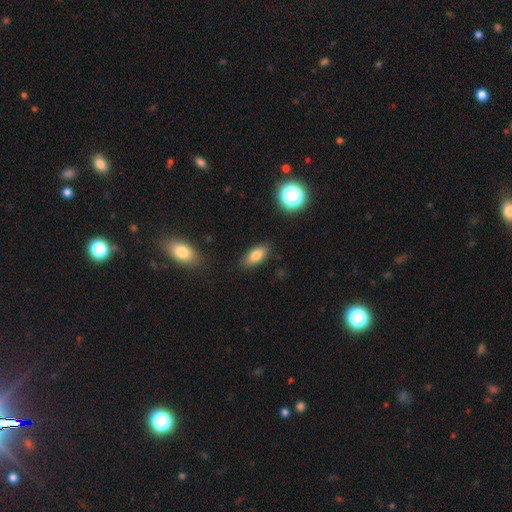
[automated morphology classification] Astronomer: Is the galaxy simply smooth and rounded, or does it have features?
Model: smooth — 81%.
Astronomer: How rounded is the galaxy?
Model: in between — 86%.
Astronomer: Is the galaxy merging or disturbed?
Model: none — 85%.